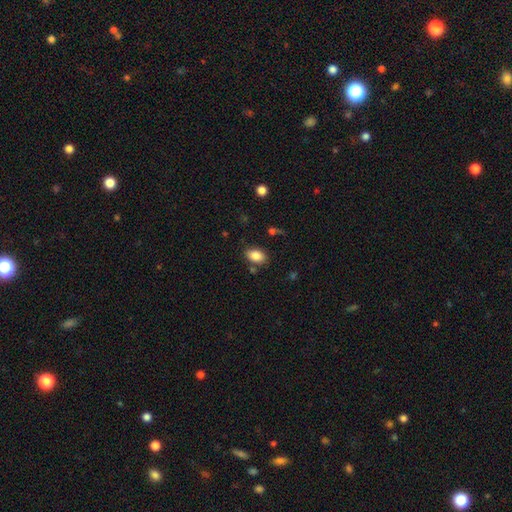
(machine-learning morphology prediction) Overall: smooth (86%). How rounded: in between (86%). Merging: none (79%).